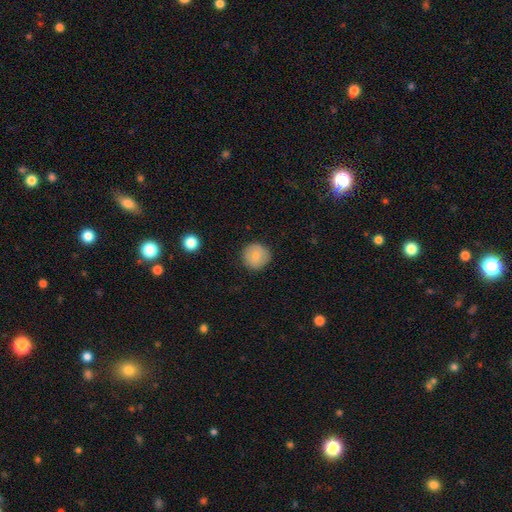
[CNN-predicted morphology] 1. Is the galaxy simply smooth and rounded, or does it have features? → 78% smooth, 13% featured or disk, 9% star or artifact.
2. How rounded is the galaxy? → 94% round, 5% in between, 1% cigar-shaped.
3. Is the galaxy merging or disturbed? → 88% none, 9% minor disturbance, 2% major disturbance, 1% merger.